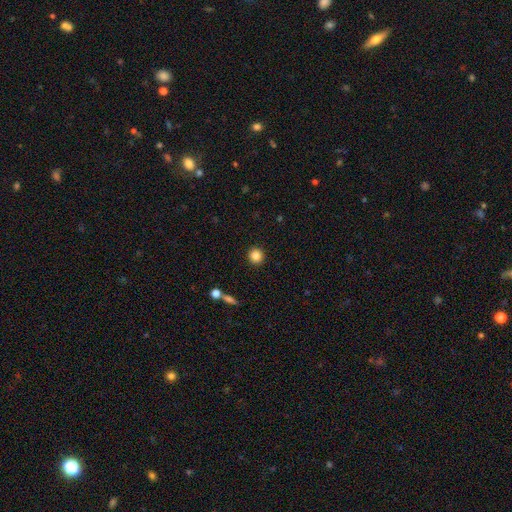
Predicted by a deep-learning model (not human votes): A smooth galaxy with no disk features (84%) that is round (94%).

Vote fractions:
- Smooth or featured? smooth: 84% / star or artifact: 10% / featured or disk: 6%
- How rounded? round: 94% / in between: 5% / cigar-shaped: 1%
- Merging? none: 92% / minor disturbance: 5% / major disturbance: 2% / merger: 2%